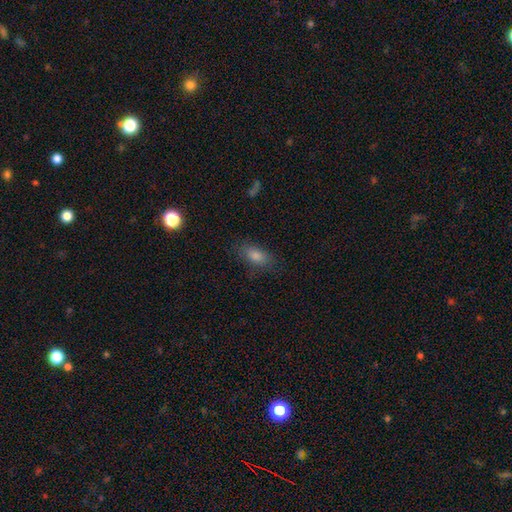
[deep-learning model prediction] Smooth or featured? smooth (78%)
How rounded? in between (82%)
Merging? none (81%)